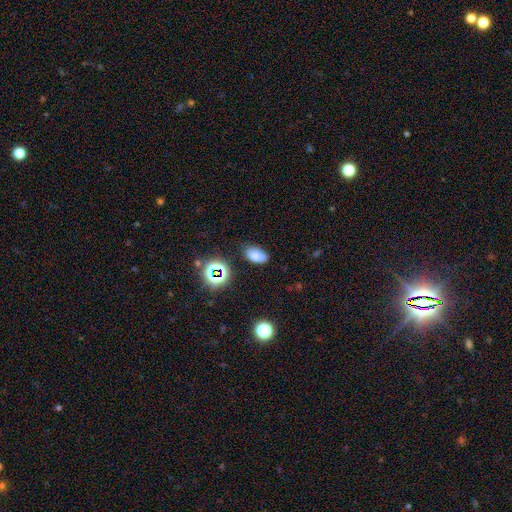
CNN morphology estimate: smooth 72%, star or artifact 18%, featured or disk 10%. Down the decision tree: how rounded — in between (91%); merging — none (74%).